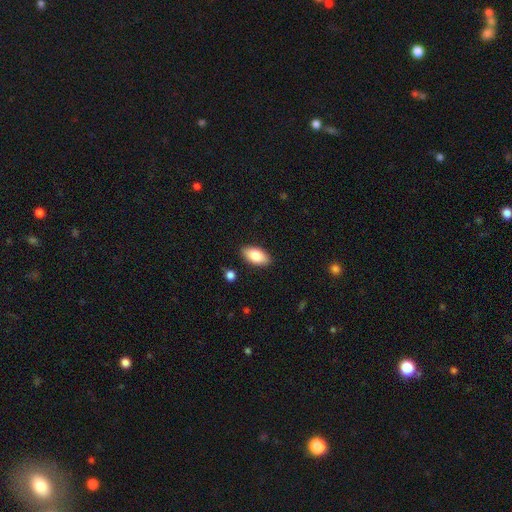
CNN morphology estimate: Smooth or featured: smooth — 81% (featured or disk — 12%)
How rounded: in between — 92% (cigar-shaped — 5%)
Merging: none — 88% (minor disturbance — 9%)